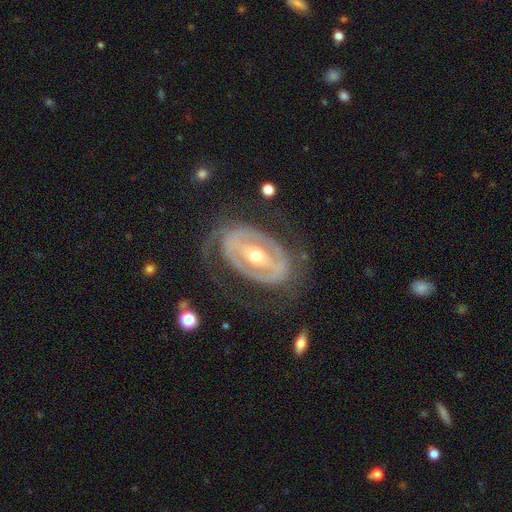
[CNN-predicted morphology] Smooth or featured? featured or disk (81%)
Edge-on disk? no (93%)
Bar? strong (47%)
Spiral arms? yes (53%)
Bulge size? moderate (69%)
Merging? none (67%)